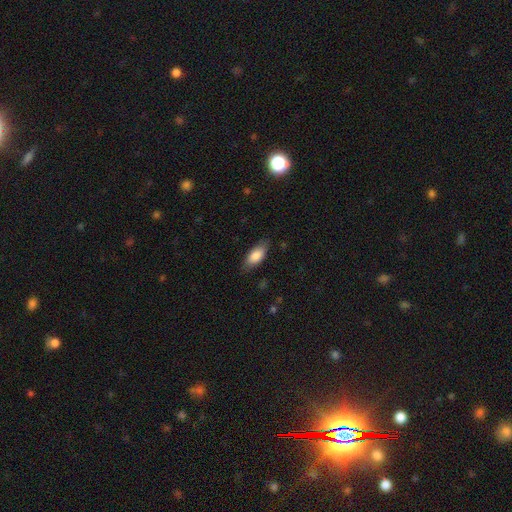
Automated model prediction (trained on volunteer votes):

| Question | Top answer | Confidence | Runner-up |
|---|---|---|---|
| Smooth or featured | smooth | 82% | featured or disk (12%) |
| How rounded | in between | 85% | cigar-shaped (13%) |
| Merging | none | 79% | minor disturbance (16%) |